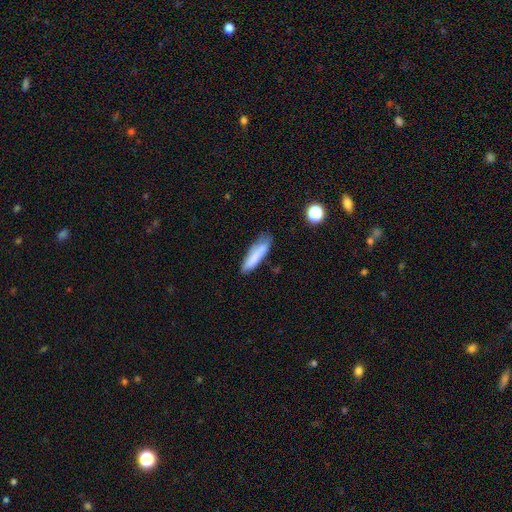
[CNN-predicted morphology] This appears to be a smooth galaxy with no disk features (77%) that is cigar-shaped (72%). Merging: none (68%).